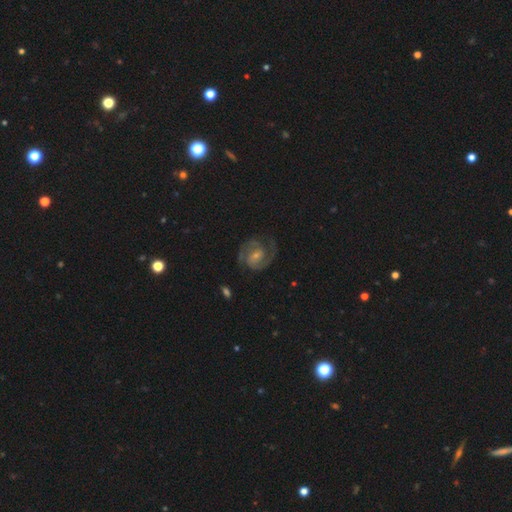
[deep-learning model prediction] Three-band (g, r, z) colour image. It shows a featured or disk galaxy (86%) with a weak bar (50%), 2 (79%) medium (48%) spiral arms (97%) and a small central bulge (56%). Merging: none (79%).